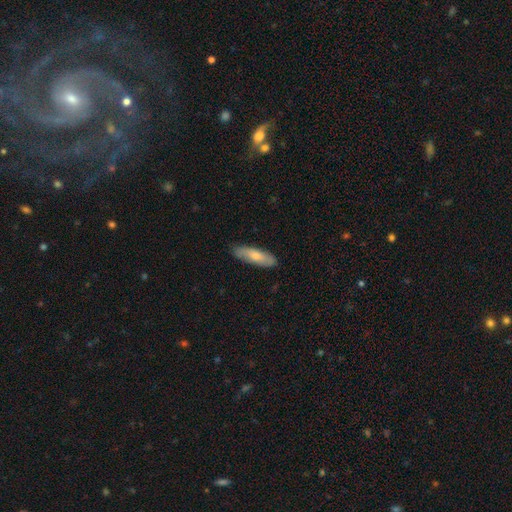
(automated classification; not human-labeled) Smooth or featured? smooth (70%)
How rounded? in between (50%)
Merging? none (83%)